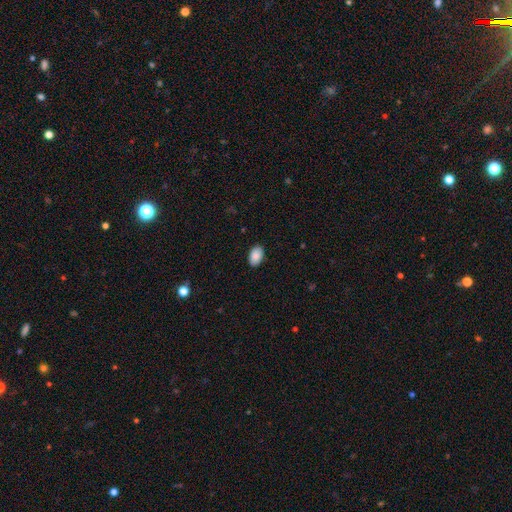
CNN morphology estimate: This appears to be a smooth galaxy with no disk features (89%) that is in between round and cigar-shaped (91%). Merging: none (88%).